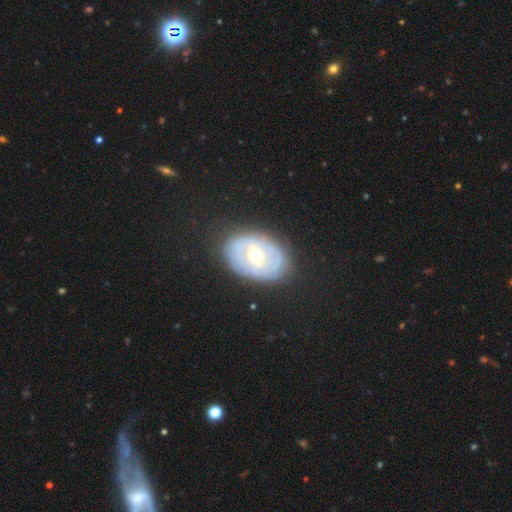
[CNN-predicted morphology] Smooth or featured: featured or disk — 66% (smooth — 27%)
Edge-on disk: no — 93% (yes — 7%)
Bar: no — 69% (weak — 22%)
Spiral arms: no — 67% (yes — 33%)
Bulge size: moderate — 78% (large — 12%)
Merging: none — 80% (minor disturbance — 13%)